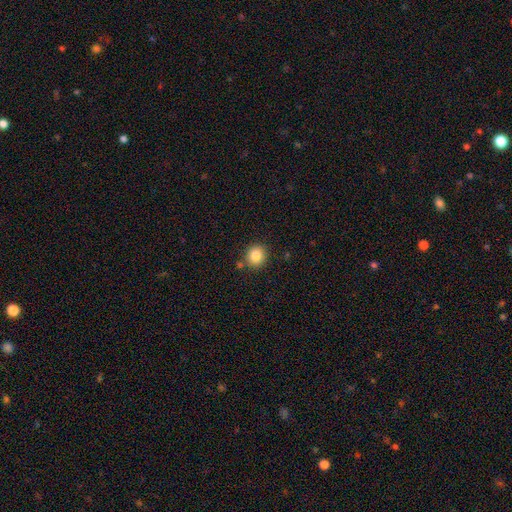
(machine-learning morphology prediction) Smooth or featured: smooth — 84% (star or artifact — 10%)
How rounded: round — 86% (in between — 13%)
Merging: none — 83% (minor disturbance — 9%)